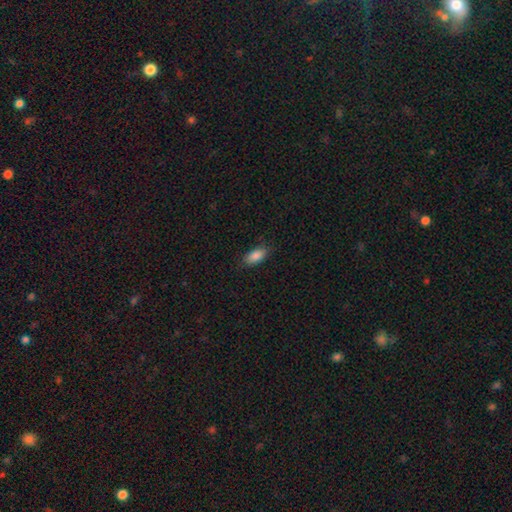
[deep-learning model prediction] Smooth or featured: smooth — 87% (star or artifact — 7%)
How rounded: in between — 90% (cigar-shaped — 7%)
Merging: none — 82% (minor disturbance — 14%)